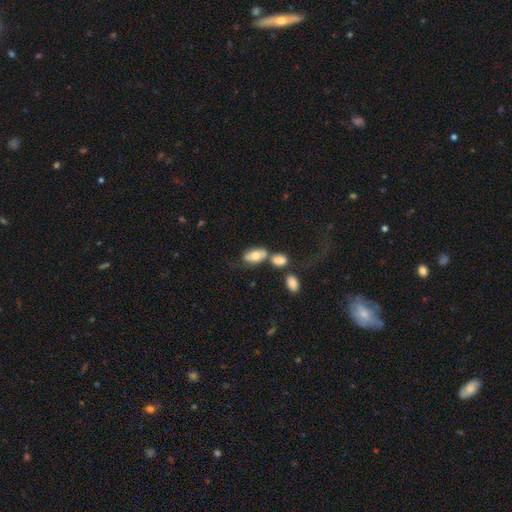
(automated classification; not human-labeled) A smooth galaxy with no disk features (67%) that is in between round and cigar-shaped (89%). Merging: none (38%).